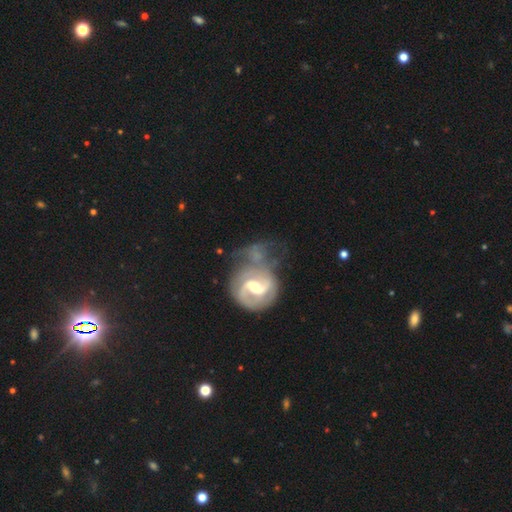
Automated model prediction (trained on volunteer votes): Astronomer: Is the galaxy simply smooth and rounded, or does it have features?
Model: featured or disk — 84%.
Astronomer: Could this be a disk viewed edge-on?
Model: no — 98%.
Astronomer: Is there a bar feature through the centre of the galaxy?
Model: weak — 52% (runner-up: strong, 28%).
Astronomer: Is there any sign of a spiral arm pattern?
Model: yes — 92%.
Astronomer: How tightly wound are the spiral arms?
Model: medium — 45% (runner-up: tight, 36%).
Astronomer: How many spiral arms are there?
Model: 2 — 73%.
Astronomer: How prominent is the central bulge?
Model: moderate — 66%.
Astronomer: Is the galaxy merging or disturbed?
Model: none — 34% (runner-up: major disturbance, 25%).